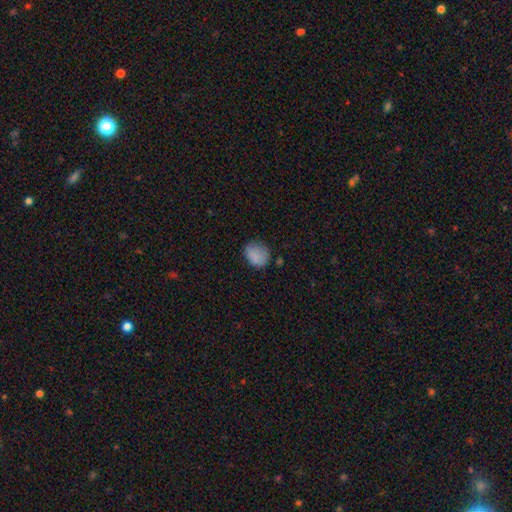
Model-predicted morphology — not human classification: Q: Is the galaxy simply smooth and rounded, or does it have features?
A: smooth — 82%.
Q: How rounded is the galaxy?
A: round — 62%.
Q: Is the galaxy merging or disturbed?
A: none — 65%.